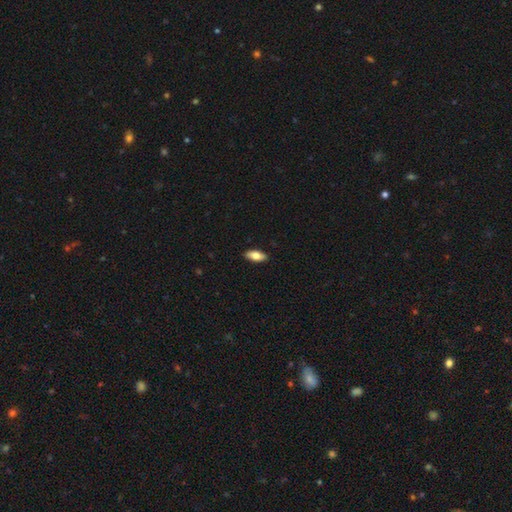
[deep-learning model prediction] smooth-or-featured: smooth: 77% | featured or disk: 17% | star or artifact: 6%
  how-rounded: in between: 85% | cigar-shaped: 12% | round: 2%
  merging: none: 90% | minor disturbance: 8% | major disturbance: 2% | merger: 1%